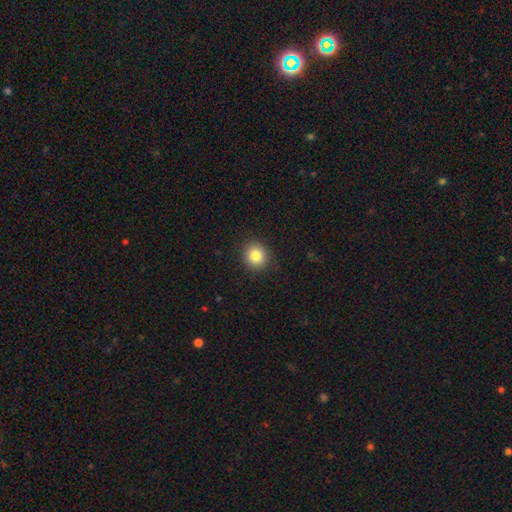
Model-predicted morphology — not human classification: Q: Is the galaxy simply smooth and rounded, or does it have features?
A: smooth — 84%.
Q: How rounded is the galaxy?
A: round — 87%.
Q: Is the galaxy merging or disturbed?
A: none — 90%.